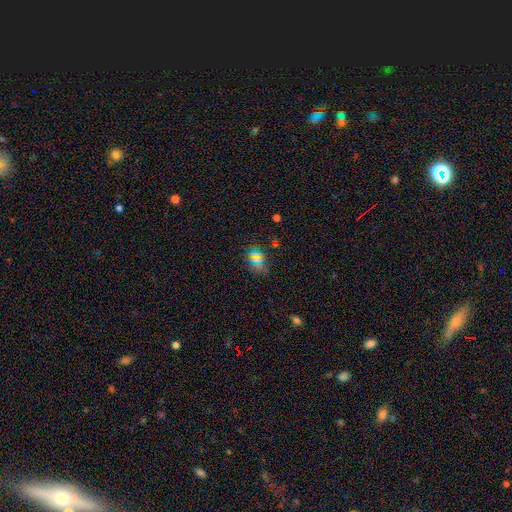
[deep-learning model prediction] Smooth or featured: star or artifact — 45% (smooth — 44%)